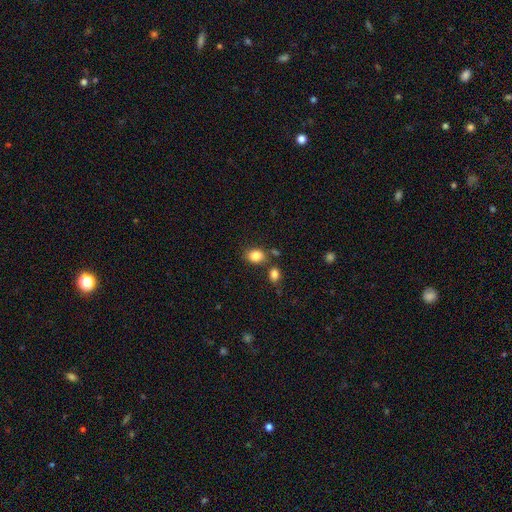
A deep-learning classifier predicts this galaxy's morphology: A smooth galaxy with no disk features (85%) that is in between round and cigar-shaped (64%).

Vote fractions:
- Smooth or featured? smooth: 85% / star or artifact: 9% / featured or disk: 6%
- How rounded? in between: 64% / round: 35% / cigar-shaped: 1%
- Merging? none: 69% / merger: 14% / minor disturbance: 13% / major disturbance: 4%